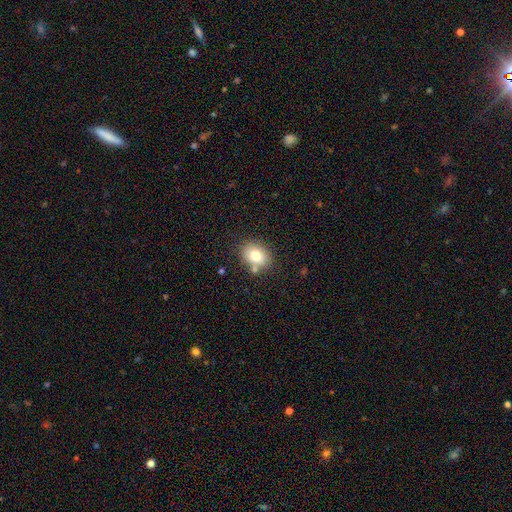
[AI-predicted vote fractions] This appears to be a smooth galaxy with no disk features (77%) that is in between round and cigar-shaped (59%). Merging: none (74%).